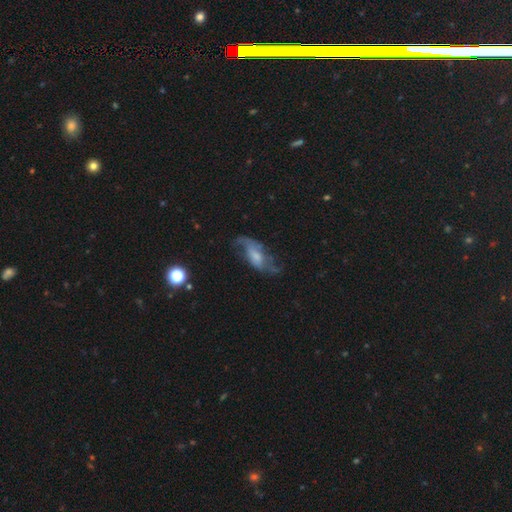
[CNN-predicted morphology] Q: Smooth or featured?
A: featured or disk (68%); runner-up: smooth (24%)
Q: Edge-on disk?
A: no (91%); runner-up: yes (9%)
Q: Bar?
A: no (49%); runner-up: weak (40%)
Q: Spiral arms?
A: yes (85%); runner-up: no (15%)
Q: Spiral winding?
A: loose (73%); runner-up: medium (21%)
Q: Spiral arm count?
A: 2 (83%); runner-up: can't tell (8%)
Q: Bulge size?
A: moderate (34%); runner-up: small (32%)
Q: Merging?
A: none (48%); runner-up: major disturbance (25%)